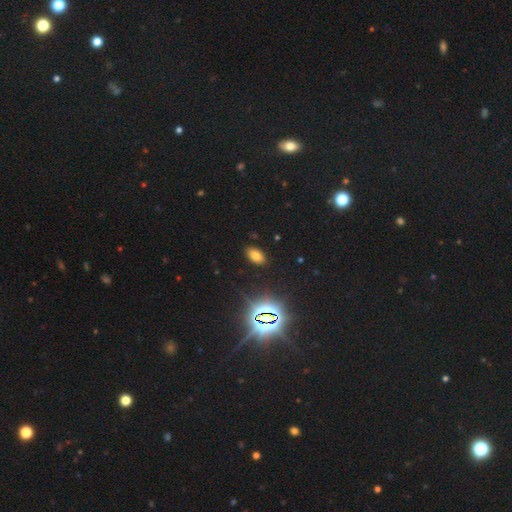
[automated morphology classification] Smooth or featured: smooth — 66% (star or artifact — 26%)
How rounded: in between — 91% (round — 7%)
Merging: none — 88% (minor disturbance — 8%)